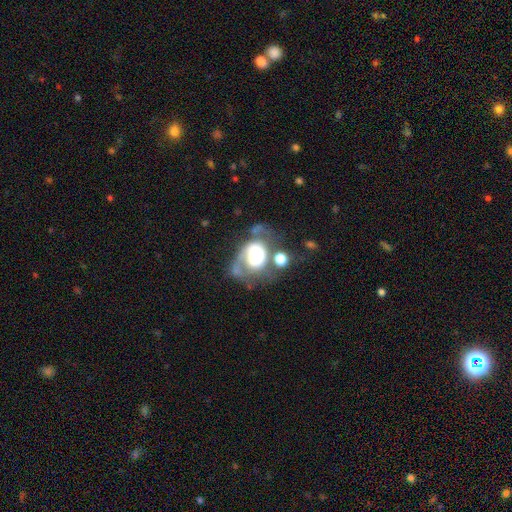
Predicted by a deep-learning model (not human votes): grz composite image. It shows a featured or disk galaxy (61%) with no bar (77%), spiral arms (71%) and a large central bulge (42%). Merging: major disturbance (34%).